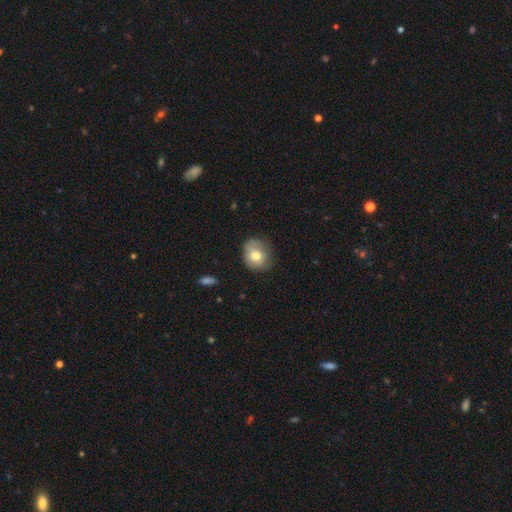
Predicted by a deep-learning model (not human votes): Smooth or featured? Predicted: smooth (p=0.71). How rounded? Predicted: round (p=0.69). Merging? Predicted: none (p=0.66).